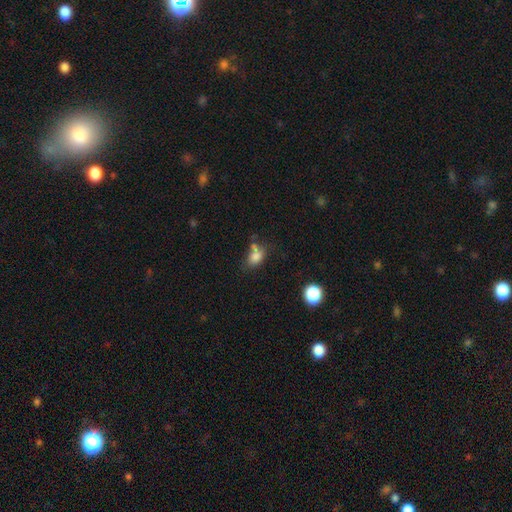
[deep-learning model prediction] The model was most divided on "merging": none: 40%, merger: 25%, minor disturbance: 23%, major disturbance: 12%. More confident: smooth or featured — smooth (77%); how rounded — in between (73%).